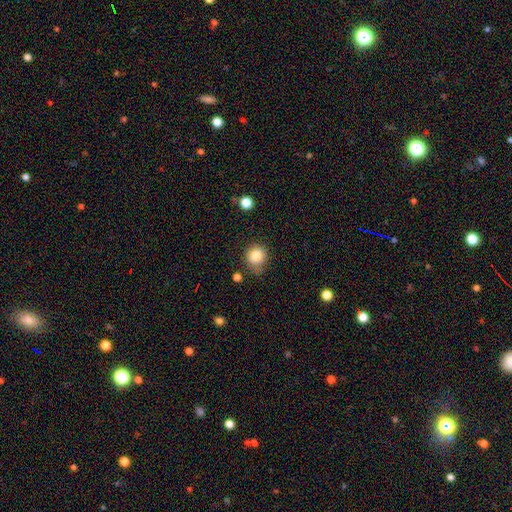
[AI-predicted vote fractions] Smooth or featured?
  - smooth: 83% *
  - star or artifact: 10%
  - featured or disk: 6%
How rounded?
  - round: 86% *
  - in between: 13%
  - cigar-shaped: 1%
Merging?
  - none: 68% *
  - minor disturbance: 23%
  - major disturbance: 6%
  - merger: 4%